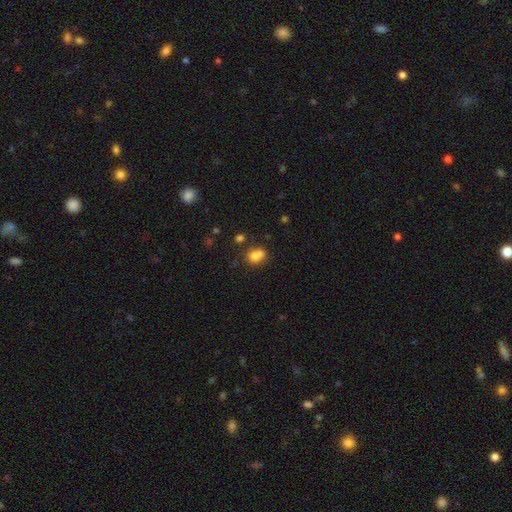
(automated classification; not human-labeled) smooth_or_featured: smooth (p=0.77) [alt: star or artifact p=0.12]
how_rounded: in between (p=0.56) [alt: round p=0.42]
merging: none (p=0.42) [alt: merger p=0.37]